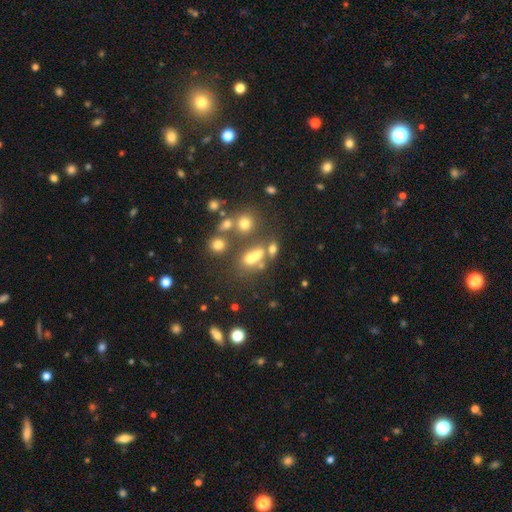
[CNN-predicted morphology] type=smooth (60%); roundness=in between (60%); merging=none (43%).